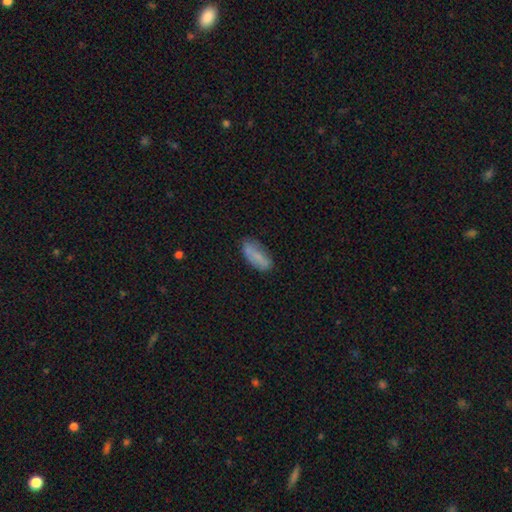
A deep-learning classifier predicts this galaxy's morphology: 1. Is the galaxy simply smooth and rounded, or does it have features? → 71% smooth, 21% featured or disk, 8% star or artifact.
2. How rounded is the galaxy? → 78% in between, 19% cigar-shaped, 3% round.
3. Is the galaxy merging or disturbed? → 70% none, 21% minor disturbance, 6% major disturbance, 3% merger.